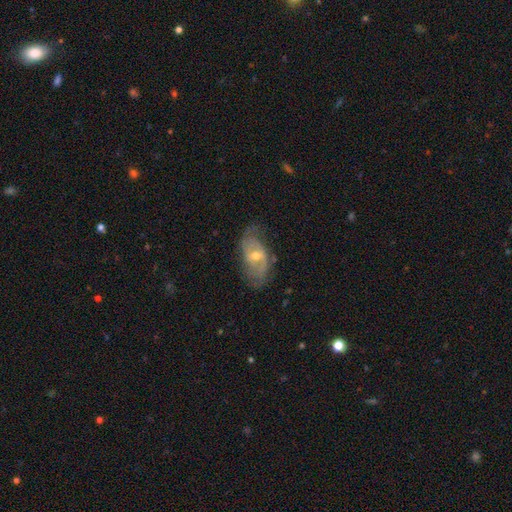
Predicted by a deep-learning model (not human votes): A featured or disk galaxy (76%) with no bar (46%), 2 (69%) medium (42%) spiral arms (85%) and a moderate central bulge (60%). Merging: none (66%).